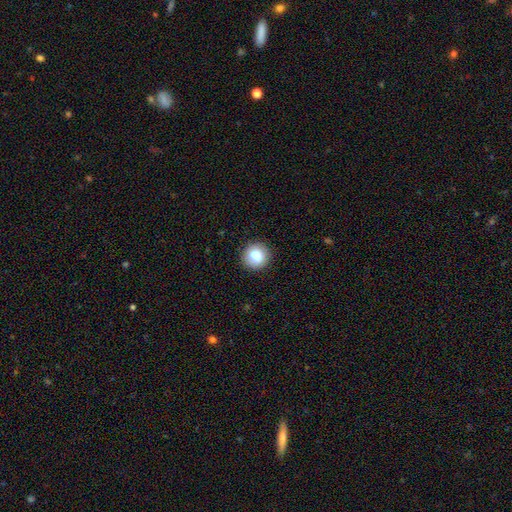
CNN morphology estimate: smooth-or-featured: smooth: 84% | star or artifact: 8% | featured or disk: 8%
  how-rounded: round: 92% | in between: 7% | cigar-shaped: 1%
  merging: none: 89% | minor disturbance: 8% | major disturbance: 2% | merger: 1%